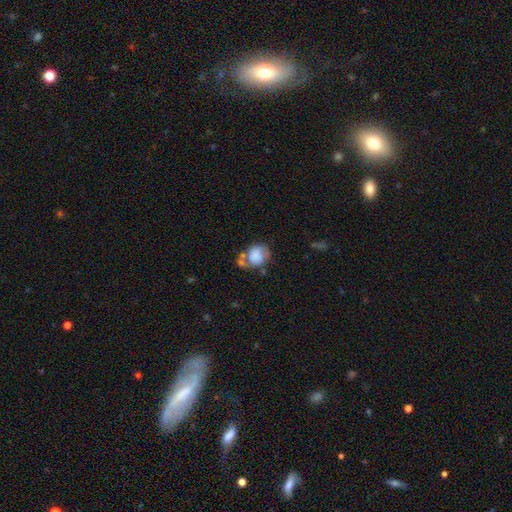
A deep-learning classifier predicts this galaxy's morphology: smooth 68%, featured or disk 23%, star or artifact 9%. Down the decision tree: how rounded — round (57%); merging — none (33%).